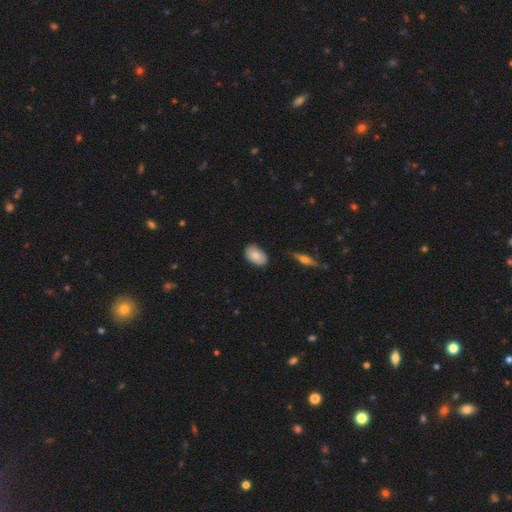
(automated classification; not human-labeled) Q: Smooth or featured?
A: smooth (85%); runner-up: featured or disk (9%)
Q: How rounded?
A: in between (92%); runner-up: round (6%)
Q: Merging?
A: none (83%); runner-up: minor disturbance (13%)